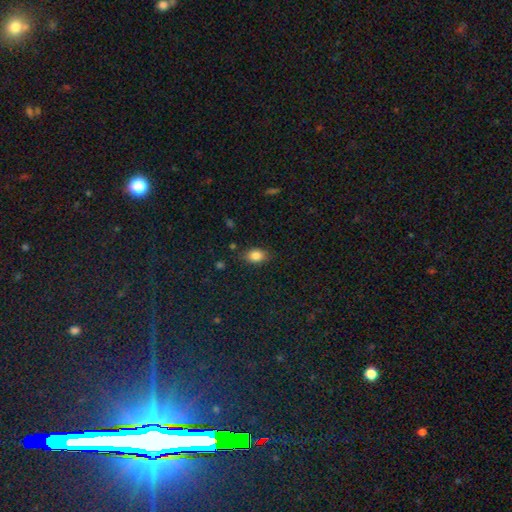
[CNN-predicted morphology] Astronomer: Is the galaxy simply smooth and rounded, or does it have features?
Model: smooth — 84%.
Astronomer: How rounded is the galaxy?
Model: in between — 76%.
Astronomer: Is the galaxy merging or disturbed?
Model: none — 83%.